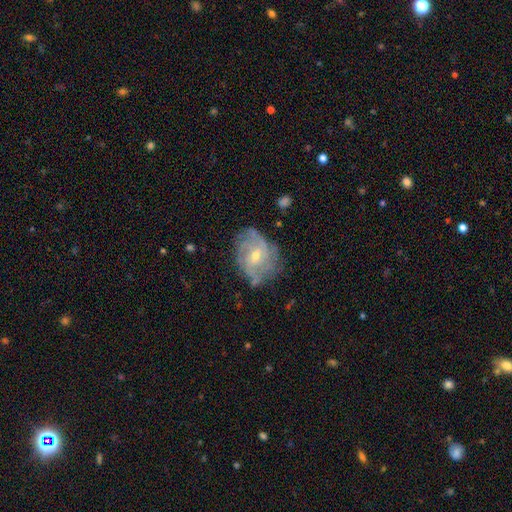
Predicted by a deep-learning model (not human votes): smooth_or_featured: featured or disk (p=0.79) [alt: smooth p=0.14]
disk_edge_on: no (p=0.97) [alt: yes p=0.03]
bar: no (p=0.60) [alt: weak p=0.34]
has_spiral_arms: yes (p=0.89) [alt: no p=0.11]
spiral_winding: tight (p=0.53) [alt: medium p=0.34]
spiral_arm_count: can't tell (p=0.42) [alt: 3 p=0.16]
bulge_size: small (p=0.56) [alt: moderate p=0.41]
merging: none (p=0.70) [alt: minor disturbance p=0.20]